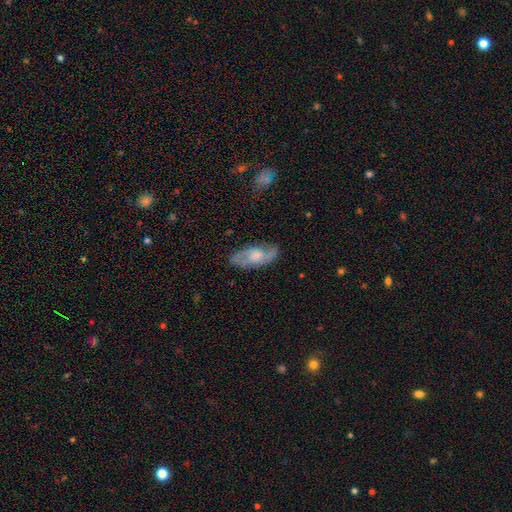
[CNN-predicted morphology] Smooth or featured? Predicted: featured or disk (p=0.67). Edge-on disk? Predicted: no (p=0.89). Bar? Predicted: no (p=0.58). Spiral arms? Predicted: yes (p=0.89). Spiral winding? Predicted: medium (p=0.48). Spiral arm count? Predicted: 2 (p=0.81). Bulge size? Predicted: moderate (p=0.43). Merging? Predicted: none (p=0.76).